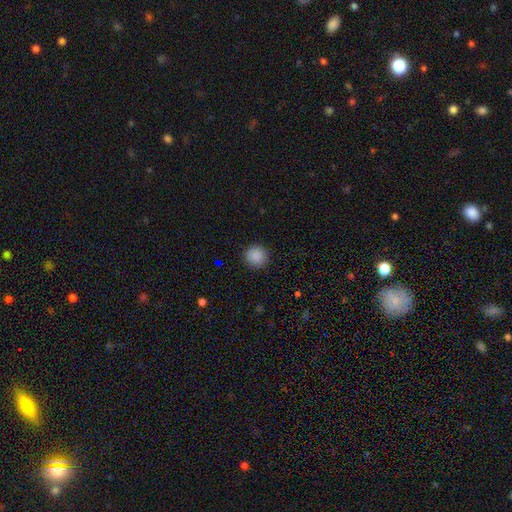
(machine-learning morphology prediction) This is clearly a smooth galaxy (88%). How rounded: clearly round (94%). Merging: clearly none (91%).